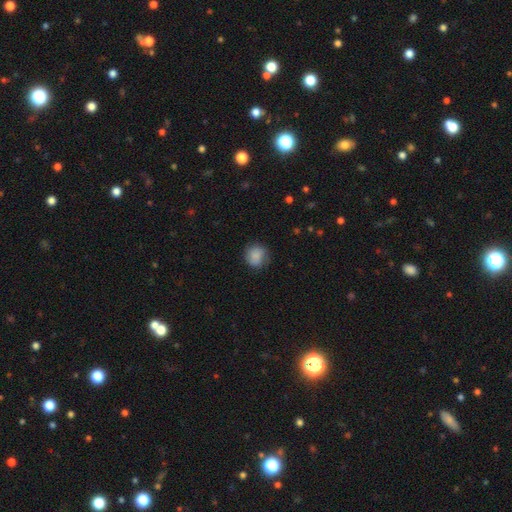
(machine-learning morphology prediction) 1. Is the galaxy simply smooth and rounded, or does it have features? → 83% smooth, 9% featured or disk, 8% star or artifact.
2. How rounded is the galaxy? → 85% round, 14% in between, 1% cigar-shaped.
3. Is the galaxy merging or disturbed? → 75% none, 19% minor disturbance, 5% major disturbance, 1% merger.